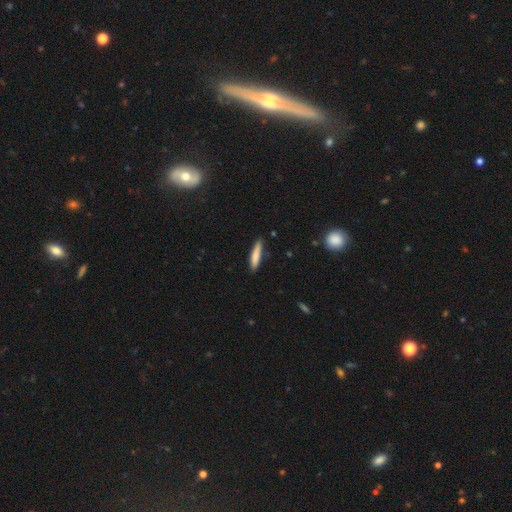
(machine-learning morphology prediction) Smooth or featured: smooth — 79% (featured or disk — 15%)
How rounded: cigar-shaped — 87% (in between — 12%)
Merging: none — 84% (minor disturbance — 12%)